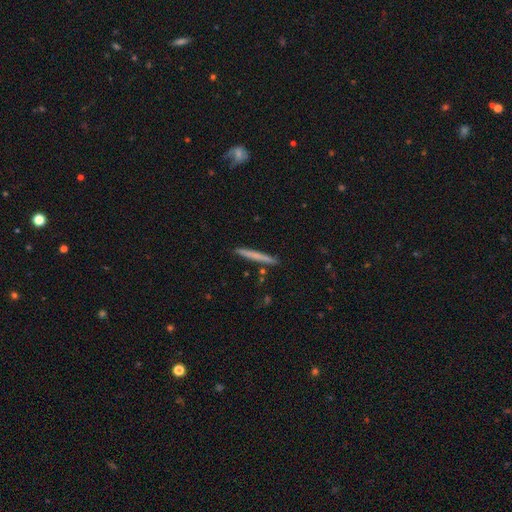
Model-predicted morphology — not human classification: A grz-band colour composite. It shows a smooth galaxy with no disk features (63%) that is cigar-shaped (97%). Merging: none (90%).